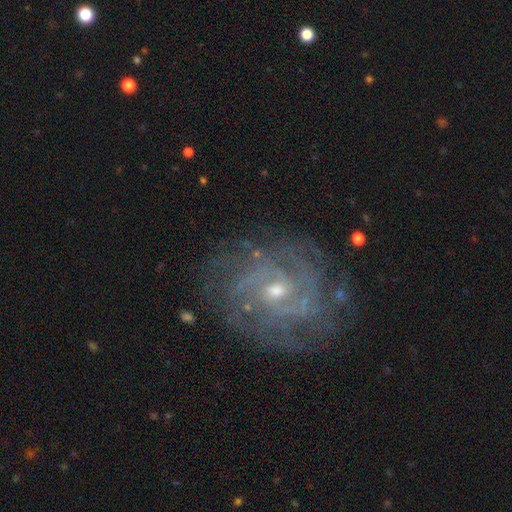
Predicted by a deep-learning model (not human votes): Overall: featured or disk (86%). Edge-on disk: no (97%). Bar: no (50%; weak 40%). Spiral arms: yes (96%). Spiral arm count: can't tell (33%; 2 21%). Spiral winding: tight (66%; medium 28%). Bulge size: small (59%; moderate 38%). Merging: none (78%).